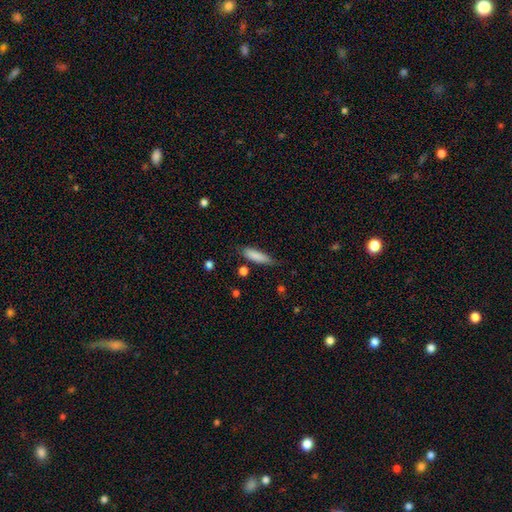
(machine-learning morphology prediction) This is clearly a smooth galaxy (84%). How rounded: likely cigar-shaped (62%). Merging: likely none (71%).